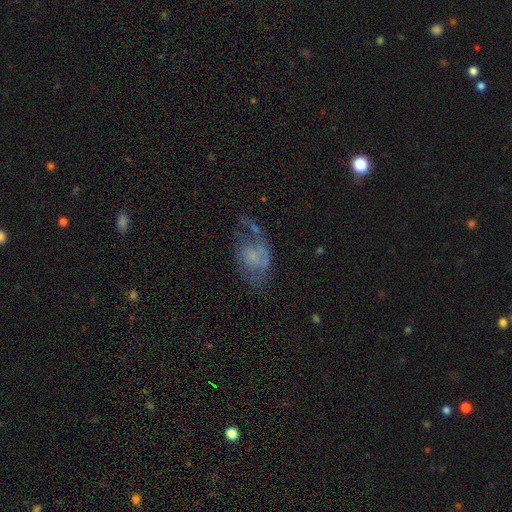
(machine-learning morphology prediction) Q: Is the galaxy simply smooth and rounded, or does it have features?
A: featured or disk — 61%.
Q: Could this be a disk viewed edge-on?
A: no — 97%.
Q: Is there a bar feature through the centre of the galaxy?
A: no — 77%.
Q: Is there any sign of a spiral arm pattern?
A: yes — 65%.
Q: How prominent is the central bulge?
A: none — 59%.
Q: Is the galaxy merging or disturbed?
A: major disturbance — 38%.